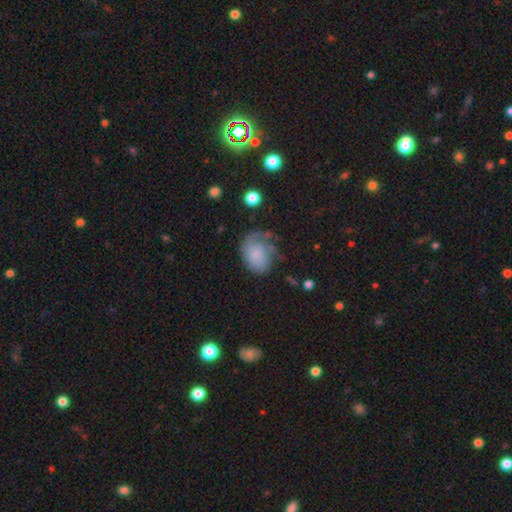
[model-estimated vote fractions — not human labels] A featured or disk galaxy (47%). Merging: none (36%).